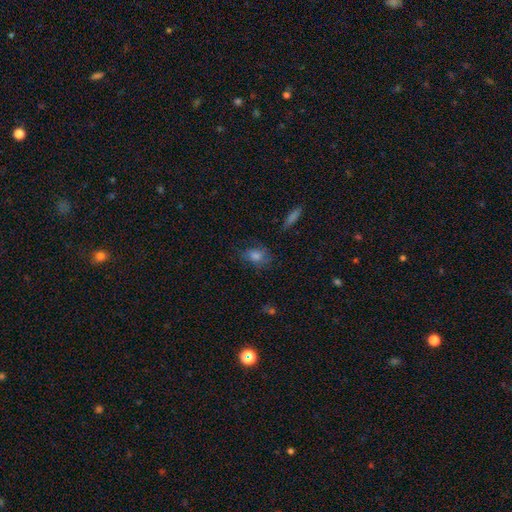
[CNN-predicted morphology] Smooth or featured? smooth (67%)
How rounded? in between (64%)
Merging? none (71%)